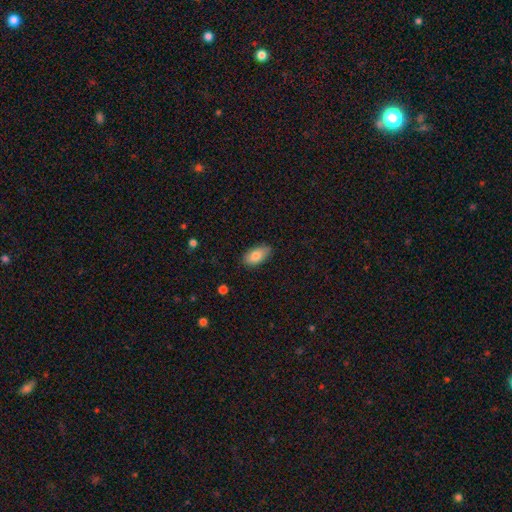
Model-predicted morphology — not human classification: Smooth or featured: smooth — 82% (featured or disk — 11%)
How rounded: in between — 92% (cigar-shaped — 5%)
Merging: none — 82% (minor disturbance — 15%)